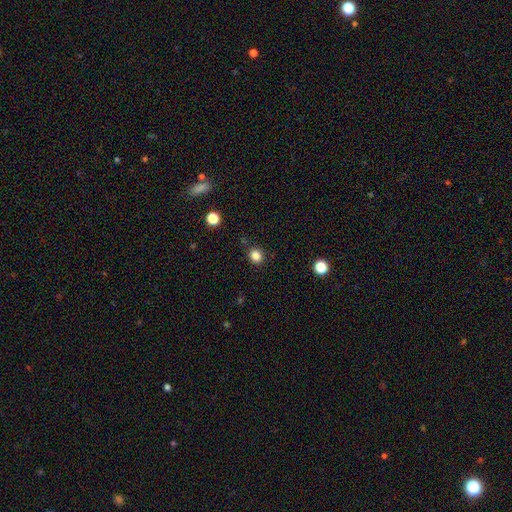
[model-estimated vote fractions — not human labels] Smooth or featured? smooth (84%)
How rounded? round (84%)
Merging? none (88%)